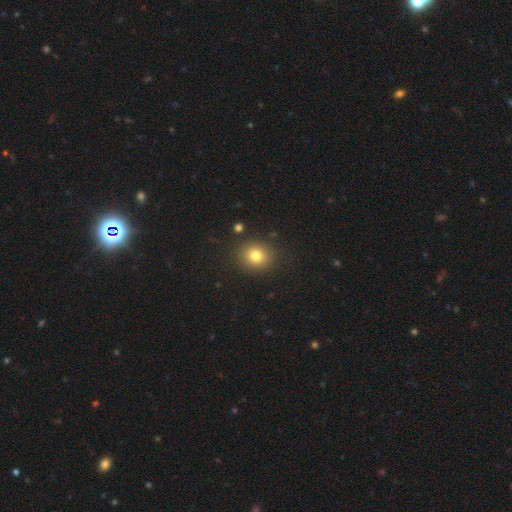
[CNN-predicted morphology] The model was most divided on "how rounded": round: 76%, in between: 23%, cigar-shaped: 1%. More confident: merging — none (88%); smooth or featured — smooth (79%).